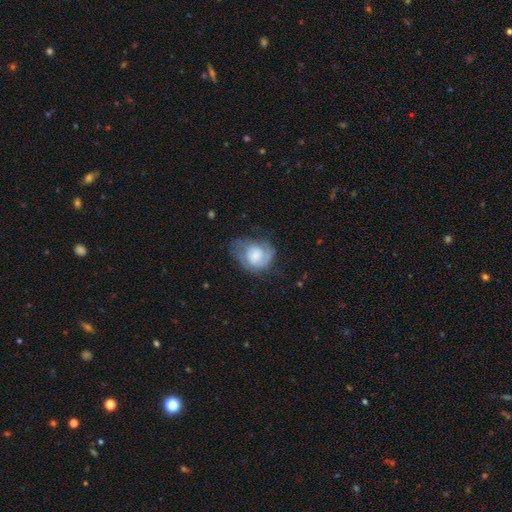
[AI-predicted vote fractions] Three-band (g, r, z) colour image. It shows a featured or disk galaxy (53%) with no bar (71%), spiral arms (77%) and a moderate central bulge (31%). Merging: none (42%).